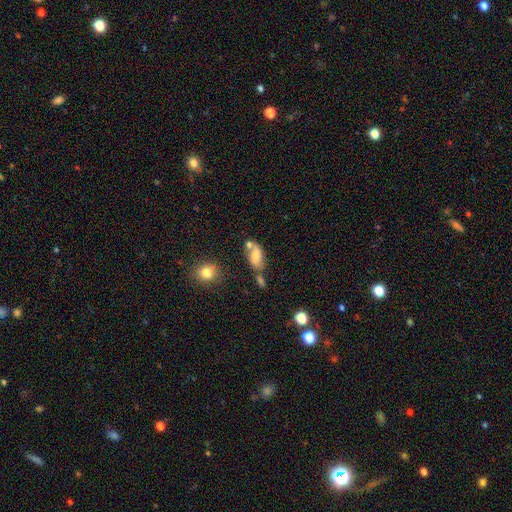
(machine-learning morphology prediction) Overall: smooth (59%; featured or disk 31%). How rounded: in between (86%). Merging: none (46%; merger 26%).